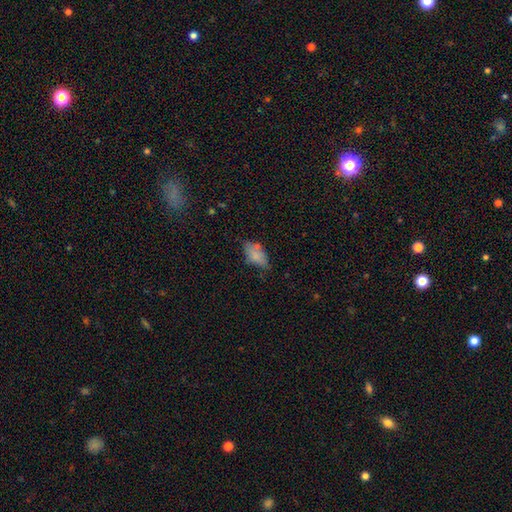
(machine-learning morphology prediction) The model was most divided on "merging": none: 55%, minor disturbance: 29%, major disturbance: 9%, merger: 7%. More confident: how rounded — in between (90%); smooth or featured — smooth (76%).